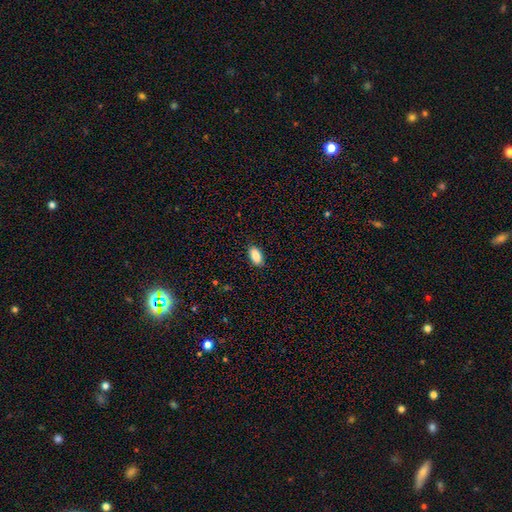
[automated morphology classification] smooth 88%, star or artifact 7%, featured or disk 4%. Down the decision tree: how rounded — in between (91%); merging — none (88%).